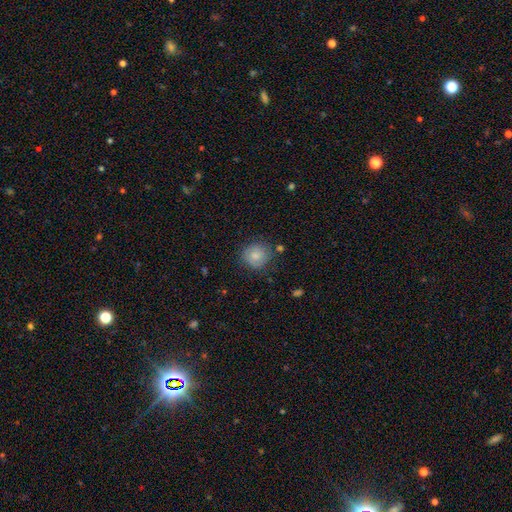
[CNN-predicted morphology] Smooth or featured?
  - smooth: 79% *
  - featured or disk: 13%
  - star or artifact: 8%
How rounded?
  - round: 88% *
  - in between: 11%
  - cigar-shaped: 1%
Merging?
  - none: 77% *
  - minor disturbance: 16%
  - major disturbance: 4%
  - merger: 3%